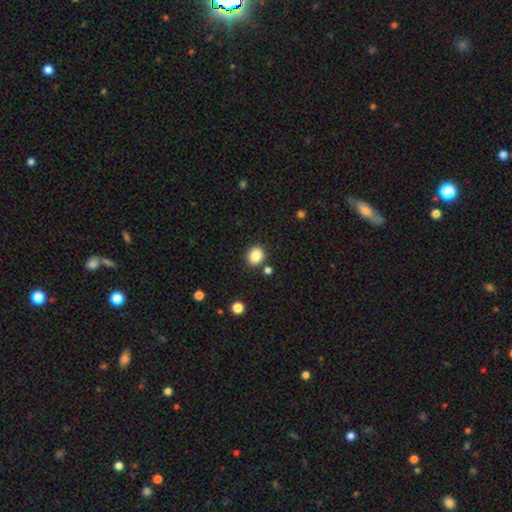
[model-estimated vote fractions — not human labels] This is clearly a smooth galaxy (86%). How rounded: likely round (62%). Merging: clearly none (85%).